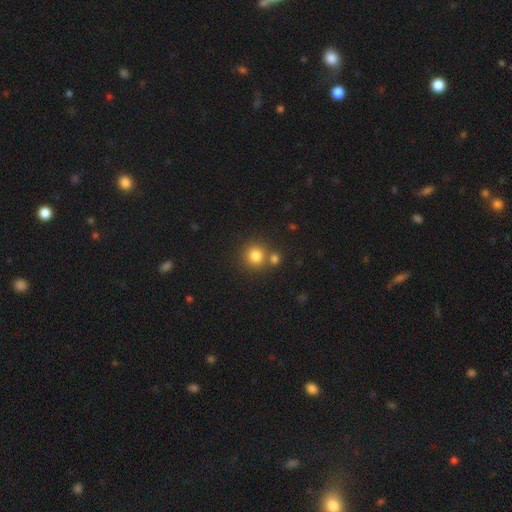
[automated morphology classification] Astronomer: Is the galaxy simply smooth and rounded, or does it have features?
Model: smooth — 81%.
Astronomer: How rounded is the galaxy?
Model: round — 92%.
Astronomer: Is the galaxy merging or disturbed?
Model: none — 68%.